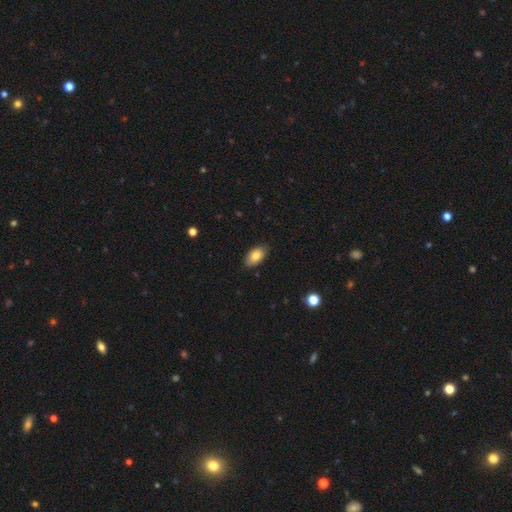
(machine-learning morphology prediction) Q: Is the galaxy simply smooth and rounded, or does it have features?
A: smooth — 83%.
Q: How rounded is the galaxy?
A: in between — 92%.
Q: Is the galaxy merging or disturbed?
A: none — 83%.